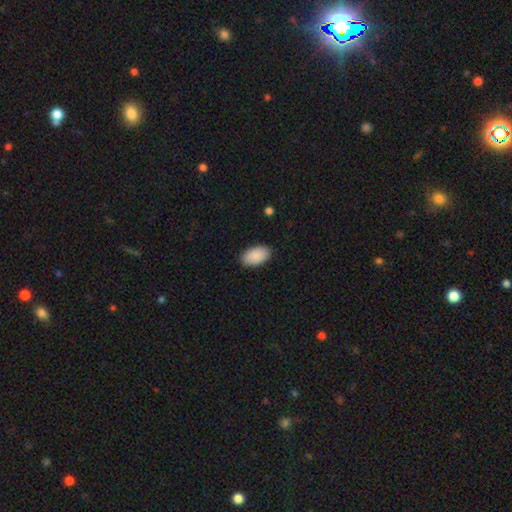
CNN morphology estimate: Smooth or featured? smooth (91%)
How rounded? in between (95%)
Merging? none (89%)